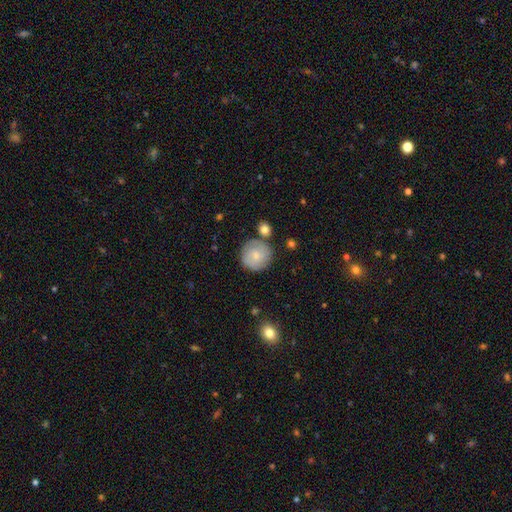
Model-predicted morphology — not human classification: Overall: smooth (60%; featured or disk 33%). How rounded: round (93%). Merging: none (76%).